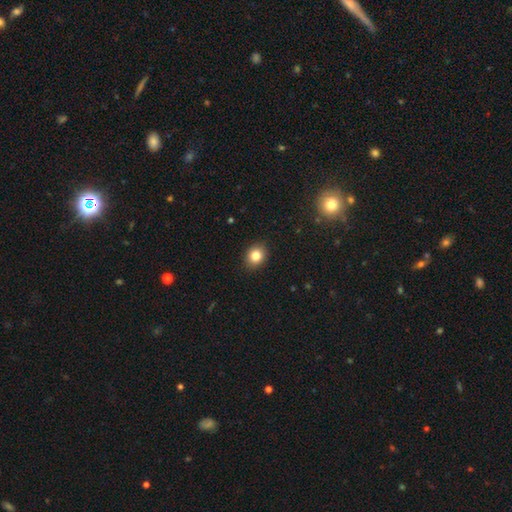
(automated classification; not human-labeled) Smooth or featured?
  - smooth: 83% *
  - star or artifact: 10%
  - featured or disk: 6%
How rounded?
  - round: 57% *
  - in between: 42%
  - cigar-shaped: 1%
Merging?
  - none: 90% *
  - minor disturbance: 7%
  - major disturbance: 2%
  - merger: 1%